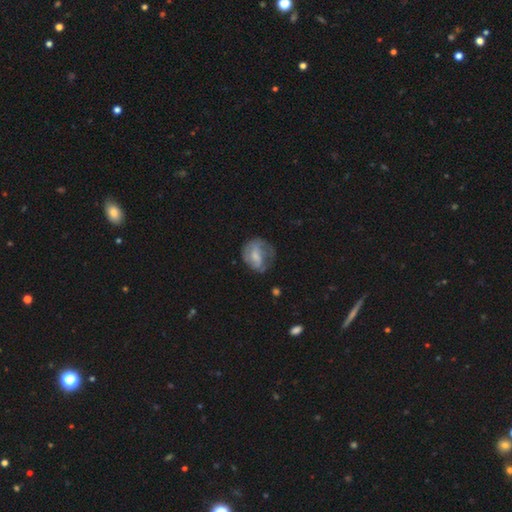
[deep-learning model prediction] This appears to be a featured or disk galaxy (48%). Merging: none (44%).